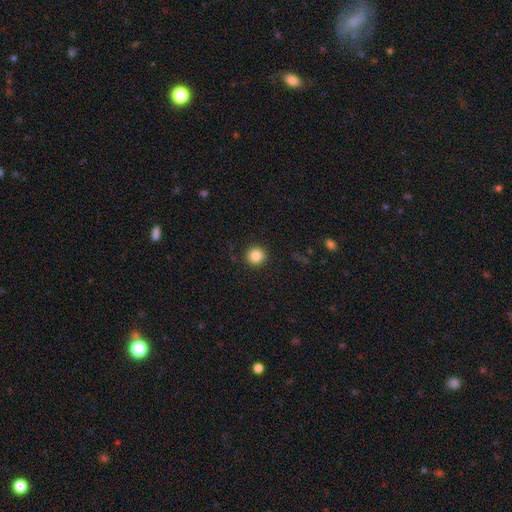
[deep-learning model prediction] This appears to be a smooth galaxy with no disk features (85%) that is round (94%). Merging: none (92%).